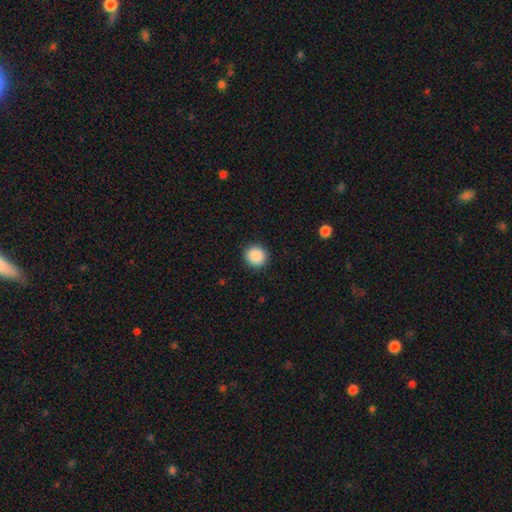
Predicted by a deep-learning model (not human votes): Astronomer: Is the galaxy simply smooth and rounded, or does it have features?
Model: smooth — 89%.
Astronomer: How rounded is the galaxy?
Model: round — 92%.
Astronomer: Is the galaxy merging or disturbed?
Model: none — 92%.